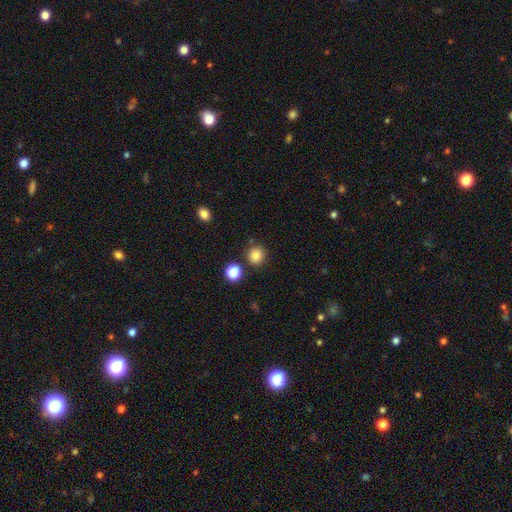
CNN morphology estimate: Smooth or featured? smooth (83%)
How rounded? round (90%)
Merging? none (83%)